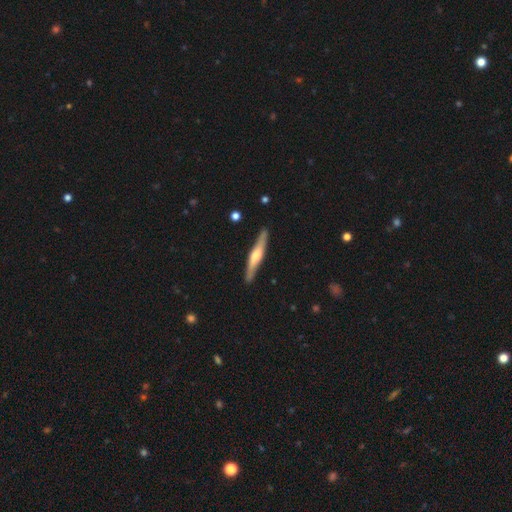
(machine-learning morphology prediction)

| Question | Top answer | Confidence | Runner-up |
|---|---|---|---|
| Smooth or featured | featured or disk | 66% | smooth (29%) |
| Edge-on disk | yes | 96% | no (4%) |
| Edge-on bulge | rounded | 78% | boxy (14%) |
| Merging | none | 88% | minor disturbance (9%) |